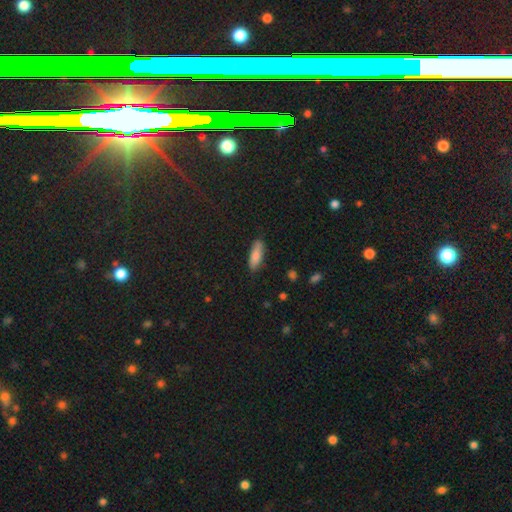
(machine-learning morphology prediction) Smooth or featured?
  - smooth: 83% *
  - featured or disk: 10%
  - star or artifact: 7%
How rounded?
  - in between: 60% *
  - cigar-shaped: 39%
  - round: 2%
Merging?
  - none: 82% *
  - minor disturbance: 14%
  - major disturbance: 3%
  - merger: 1%